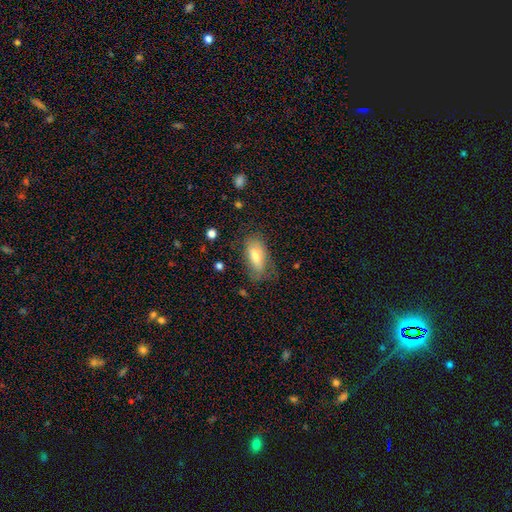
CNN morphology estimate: A smooth galaxy with no disk features (72%) that is in between round and cigar-shaped (87%).

Vote fractions:
- Smooth or featured? smooth: 72% / featured or disk: 21% / star or artifact: 7%
- How rounded? in between: 87% / cigar-shaped: 10% / round: 3%
- Merging? none: 63% / minor disturbance: 26% / major disturbance: 9% / merger: 2%